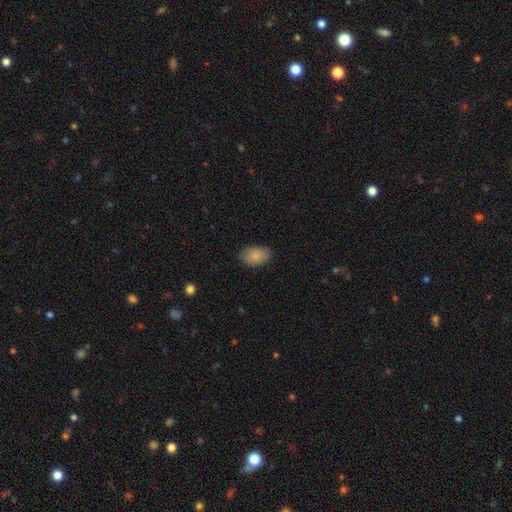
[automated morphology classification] Smooth or featured? Predicted: smooth (p=0.85). How rounded? Predicted: in between (p=0.87). Merging? Predicted: none (p=0.84).